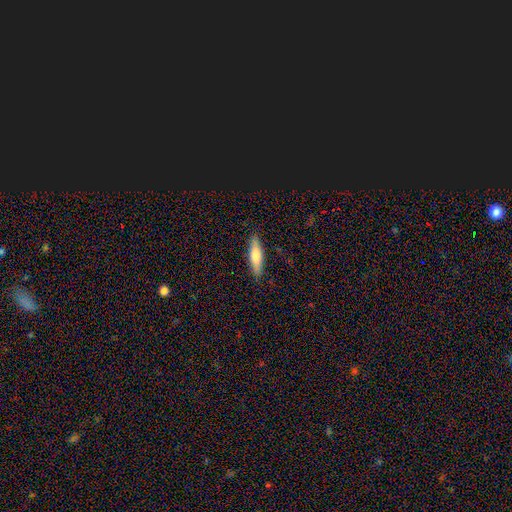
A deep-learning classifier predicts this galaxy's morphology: smooth 70%, featured or disk 25%, star or artifact 6%. Down the decision tree: how rounded — cigar-shaped (72%); merging — none (88%).